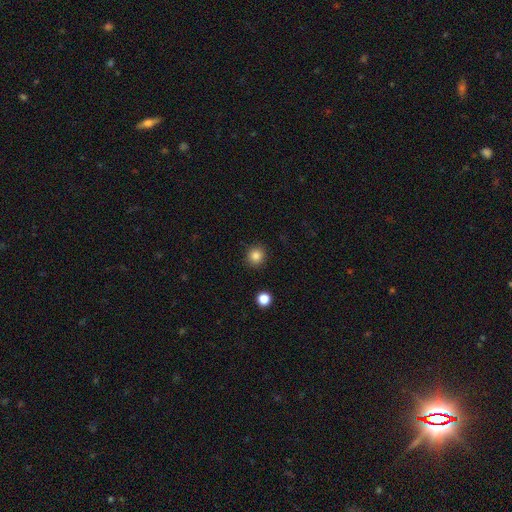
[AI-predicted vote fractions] Smooth or featured? smooth (85%)
How rounded? round (87%)
Merging? none (90%)